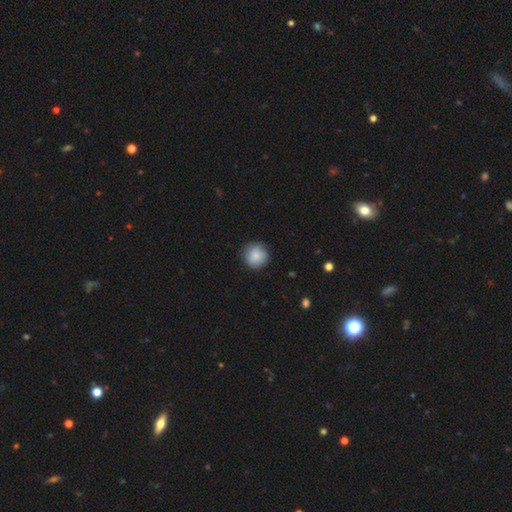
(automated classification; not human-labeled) A smooth galaxy with no disk features (84%) that is round (94%). Merging: none (86%).